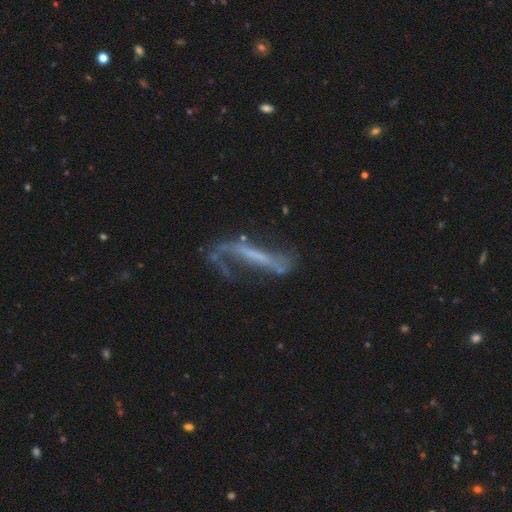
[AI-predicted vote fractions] smooth-or-featured: featured or disk: 73% | smooth: 18% | star or artifact: 10%
  disk-edge-on: no: 67% | yes: 33%
  merging: none: 41% | major disturbance: 33% | minor disturbance: 21% | merger: 6%